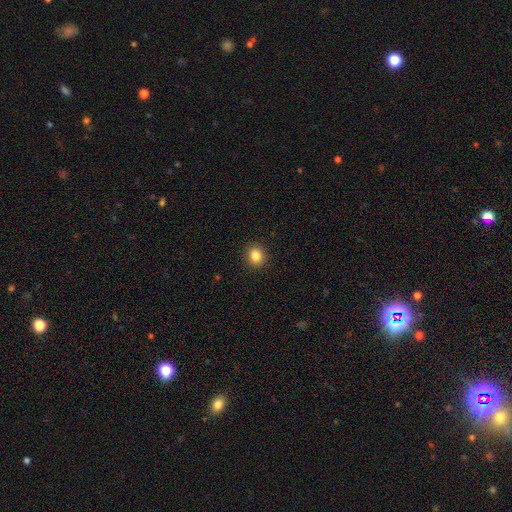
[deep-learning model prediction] A smooth galaxy with no disk features (85%) that is round (78%).

Vote fractions:
- Smooth or featured? smooth: 85% / star or artifact: 10% / featured or disk: 5%
- How rounded? round: 78% / in between: 21% / cigar-shaped: 1%
- Merging? none: 91% / minor disturbance: 6% / major disturbance: 2% / merger: 1%